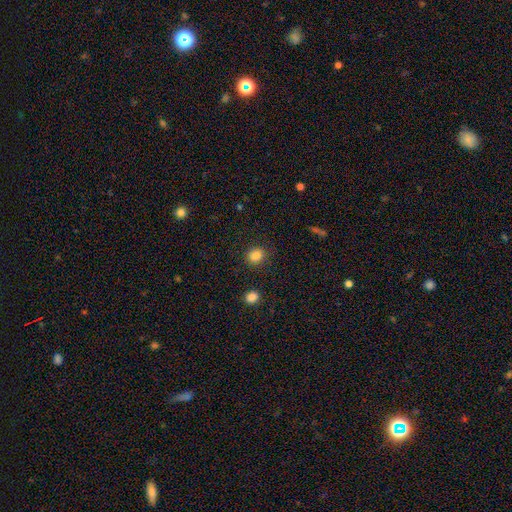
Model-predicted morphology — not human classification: smooth-or-featured: smooth: 85% | star or artifact: 11% | featured or disk: 4%
  how-rounded: round: 66% | in between: 33% | cigar-shaped: 1%
  merging: none: 85% | minor disturbance: 9% | major disturbance: 3% | merger: 2%